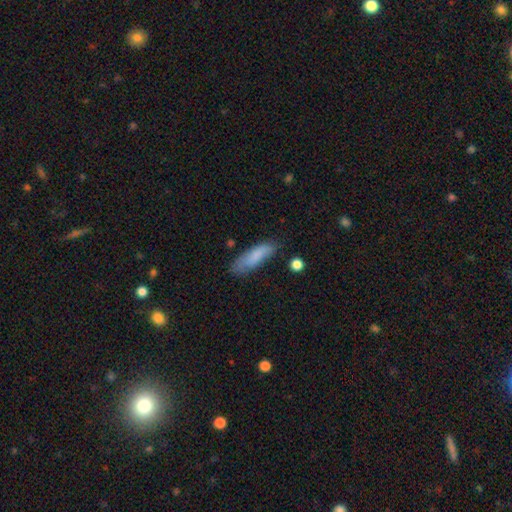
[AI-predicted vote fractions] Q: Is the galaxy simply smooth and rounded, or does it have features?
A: smooth — 81%.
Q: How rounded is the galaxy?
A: cigar-shaped — 56%.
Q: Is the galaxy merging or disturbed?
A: none — 68%.